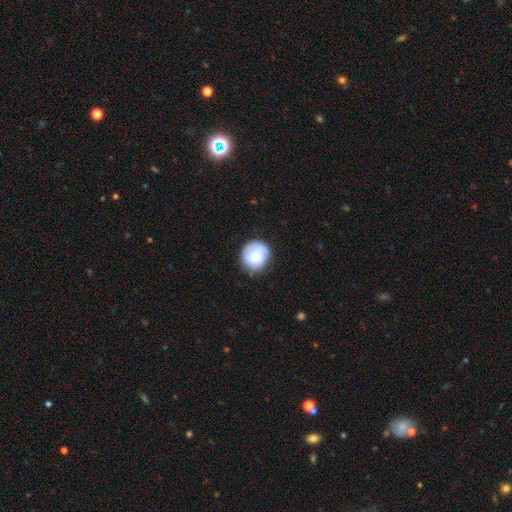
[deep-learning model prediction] A smooth galaxy with no disk features (76%) that is round (90%).

Vote fractions:
- Smooth or featured? smooth: 76% / featured or disk: 18% / star or artifact: 7%
- How rounded? round: 90% / in between: 9% / cigar-shaped: 1%
- Merging? none: 77% / minor disturbance: 17% / major disturbance: 4% / merger: 2%